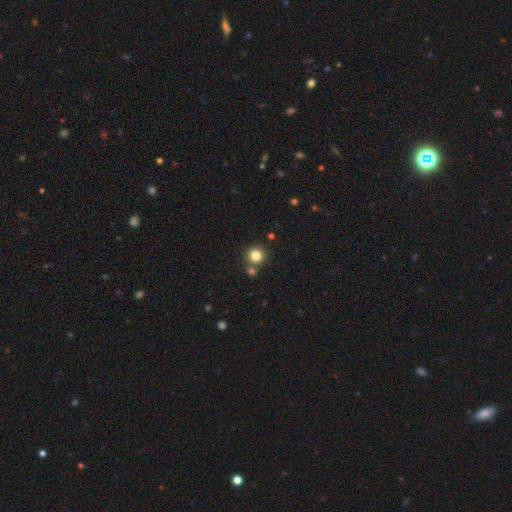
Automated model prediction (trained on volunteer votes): Overall: smooth (82%). How rounded: round (93%). Merging: none (73%).